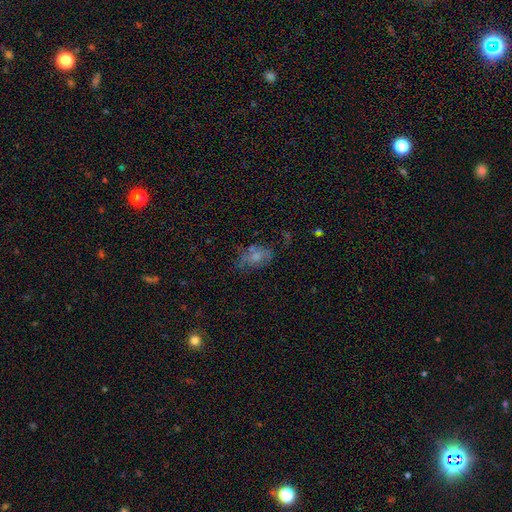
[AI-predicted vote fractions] Smooth or featured? smooth (58%)
How rounded? in between (84%)
Merging? none (47%)